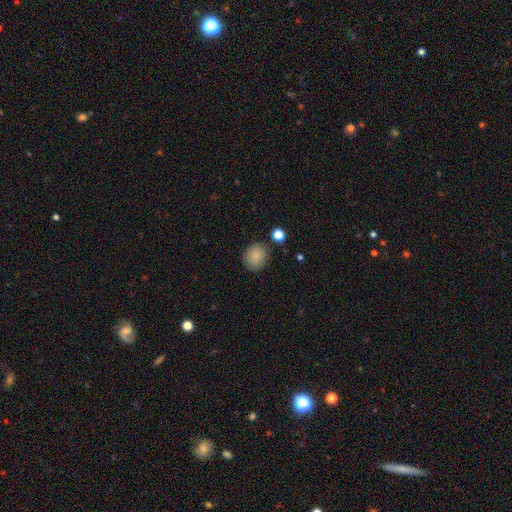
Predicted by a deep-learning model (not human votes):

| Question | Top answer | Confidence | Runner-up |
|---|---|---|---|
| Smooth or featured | smooth | 85% | star or artifact (8%) |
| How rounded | round | 83% | in between (16%) |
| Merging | none | 83% | minor disturbance (12%) |